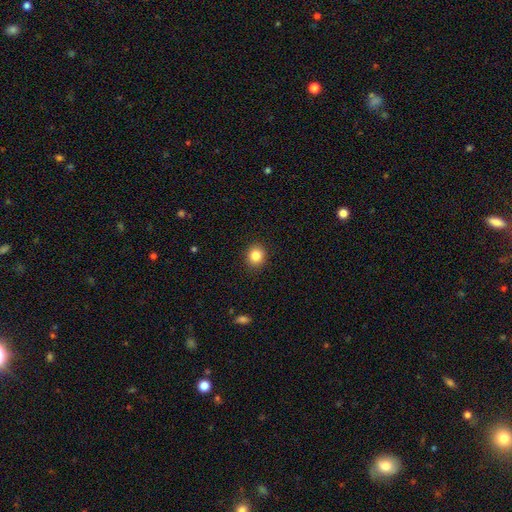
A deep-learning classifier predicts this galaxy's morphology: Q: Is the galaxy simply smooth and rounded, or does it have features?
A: smooth — 85%.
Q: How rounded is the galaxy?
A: round — 84%.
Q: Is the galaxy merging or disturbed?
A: none — 91%.